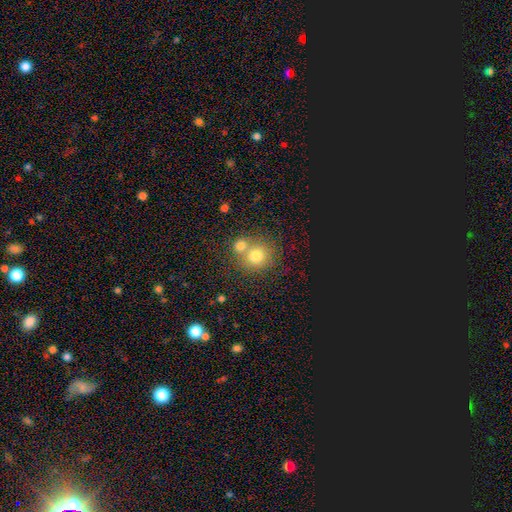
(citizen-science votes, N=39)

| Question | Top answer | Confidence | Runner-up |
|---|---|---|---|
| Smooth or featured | smooth | 79% | featured or disk (15%) |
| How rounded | round | 84% | in between (16%) |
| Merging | none | 51% | merger (35%) |